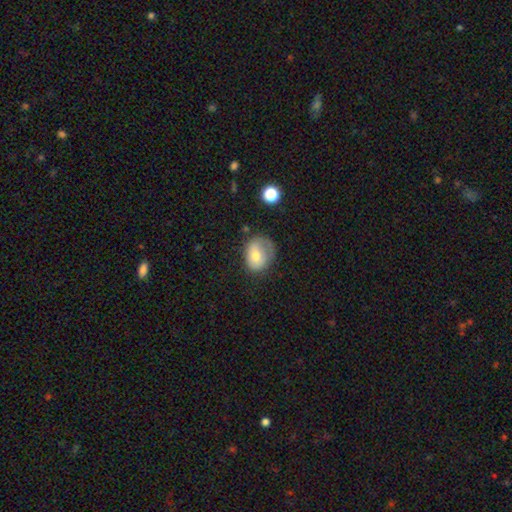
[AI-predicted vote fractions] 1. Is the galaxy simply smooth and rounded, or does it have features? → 66% smooth, 26% featured or disk, 9% star or artifact.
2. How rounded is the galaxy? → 58% in between, 41% round, 1% cigar-shaped.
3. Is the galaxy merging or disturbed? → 46% none, 33% minor disturbance, 18% major disturbance, 3% merger.